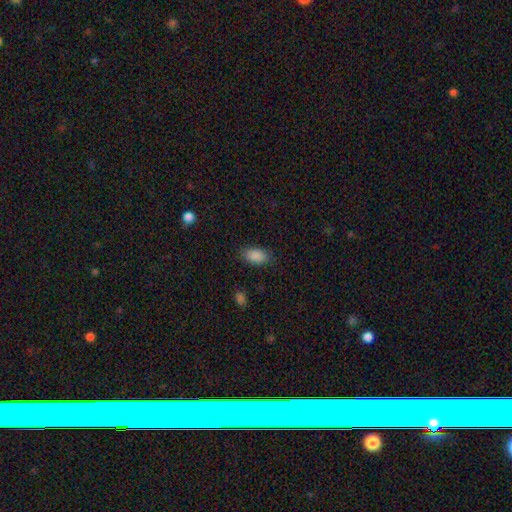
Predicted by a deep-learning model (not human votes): A smooth galaxy with no disk features (89%) that is in between round and cigar-shaped (92%). Merging: none (85%).